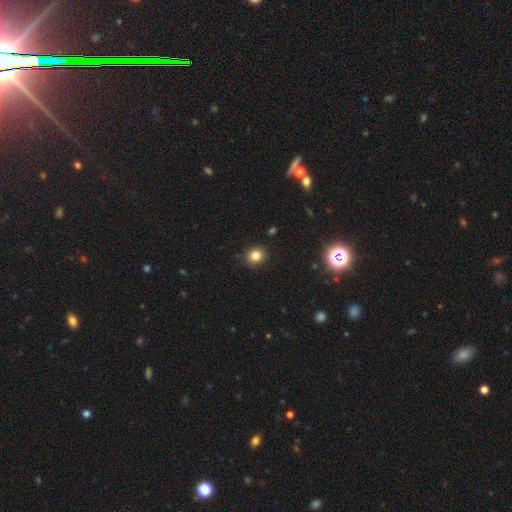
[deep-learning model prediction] A smooth galaxy with no disk features (81%) that is round (73%).

Vote fractions:
- Smooth or featured? smooth: 81% / star or artifact: 13% / featured or disk: 6%
- How rounded? round: 73% / in between: 26% / cigar-shaped: 1%
- Merging? none: 89% / minor disturbance: 8% / major disturbance: 2% / merger: 1%